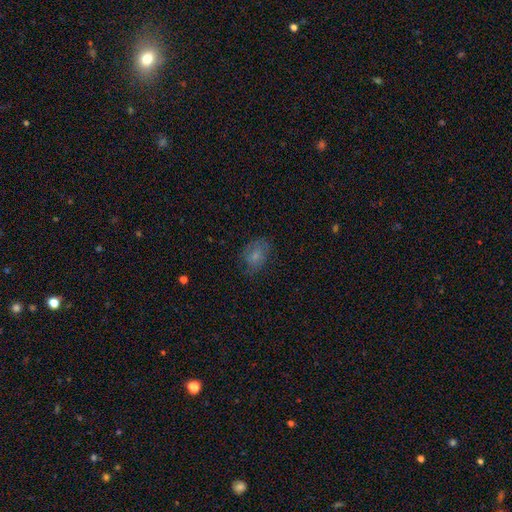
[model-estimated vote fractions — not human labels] A smooth galaxy with no disk features (65%) that is in between round and cigar-shaped (75%).

Vote fractions:
- Smooth or featured? smooth: 65% / featured or disk: 24% / star or artifact: 11%
- How rounded? in between: 75% / round: 24% / cigar-shaped: 1%
- Merging? none: 68% / minor disturbance: 22% / major disturbance: 9% / merger: 1%